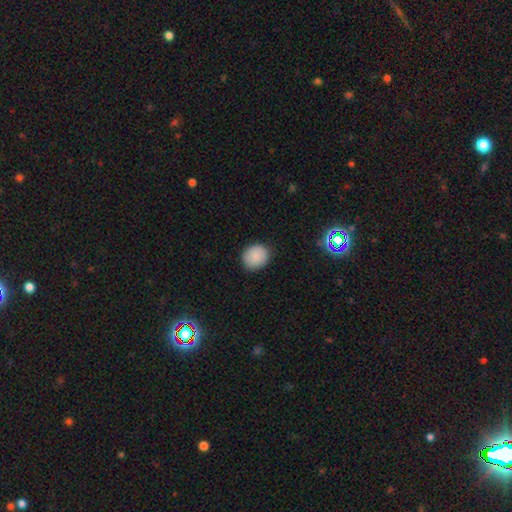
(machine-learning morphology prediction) Q: Smooth or featured?
A: smooth (87%); runner-up: star or artifact (8%)
Q: How rounded?
A: round (73%); runner-up: in between (26%)
Q: Merging?
A: none (87%); runner-up: minor disturbance (10%)